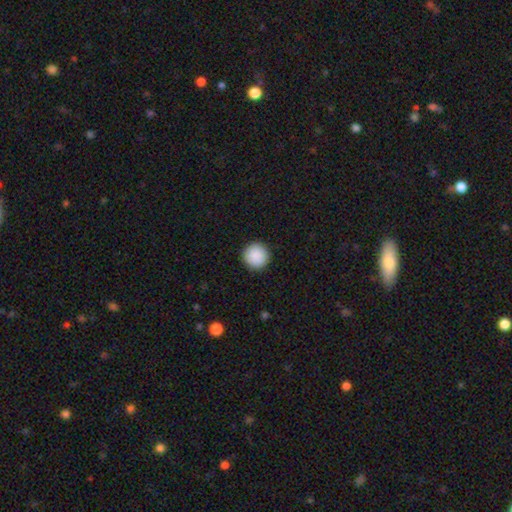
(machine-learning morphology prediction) Smooth or featured? smooth (90%)
How rounded? round (96%)
Merging? none (93%)